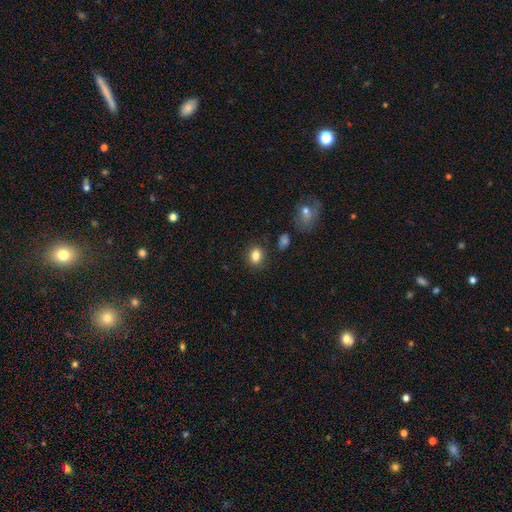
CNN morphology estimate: This is clearly a smooth galaxy (84%). How rounded: possibly round (52%). Merging: clearly none (84%).